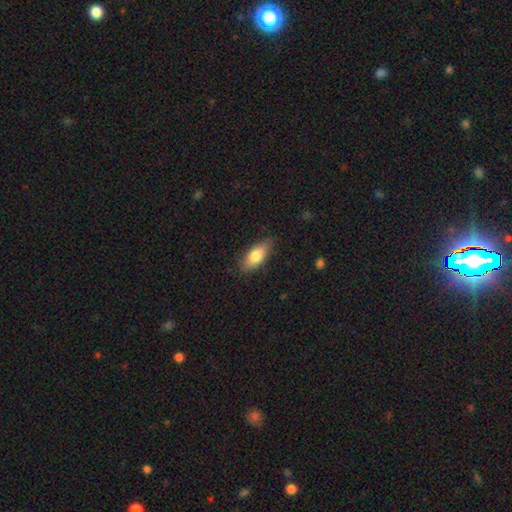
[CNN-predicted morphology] smooth-or-featured: smooth: 79% | featured or disk: 15% | star or artifact: 6%
  how-rounded: in between: 81% | cigar-shaped: 16% | round: 3%
  merging: none: 80% | minor disturbance: 16% | major disturbance: 3% | merger: 1%